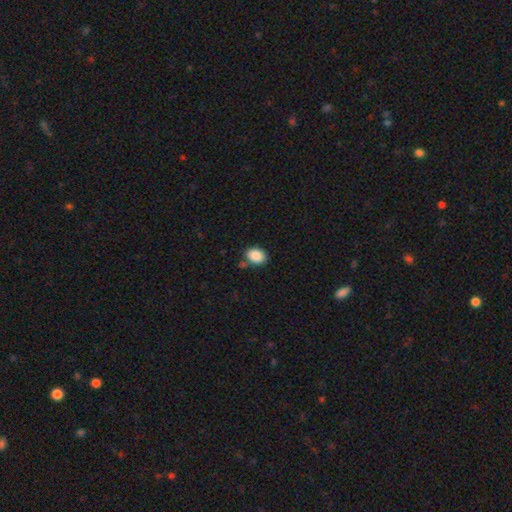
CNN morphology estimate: A smooth galaxy with no disk features (88%) that is in between round and cigar-shaped (71%).

Vote fractions:
- Smooth or featured? smooth: 88% / star or artifact: 8% / featured or disk: 4%
- How rounded? in between: 71% / round: 28% / cigar-shaped: 1%
- Merging? none: 74% / minor disturbance: 14% / merger: 8% / major disturbance: 3%